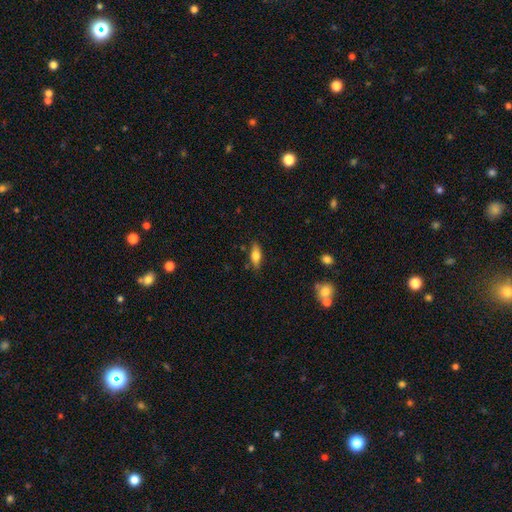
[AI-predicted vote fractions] smooth-or-featured: smooth: 70% | featured or disk: 22% | star or artifact: 7%
  how-rounded: in between: 73% | cigar-shaped: 24% | round: 3%
  merging: none: 82% | minor disturbance: 14% | major disturbance: 3% | merger: 2%